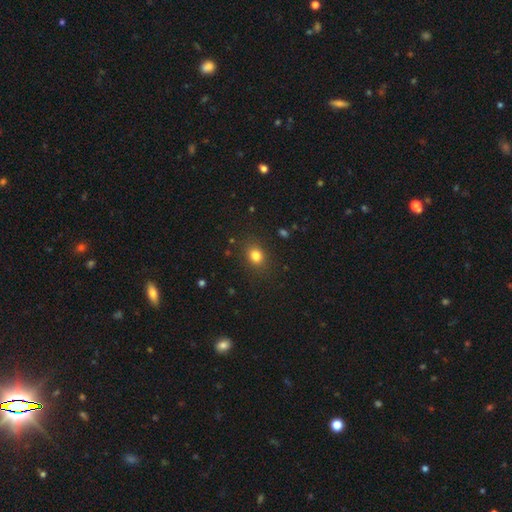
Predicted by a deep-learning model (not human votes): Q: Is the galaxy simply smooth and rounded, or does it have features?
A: smooth — 82%.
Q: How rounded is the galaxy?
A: round — 51%.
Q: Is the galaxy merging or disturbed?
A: none — 85%.